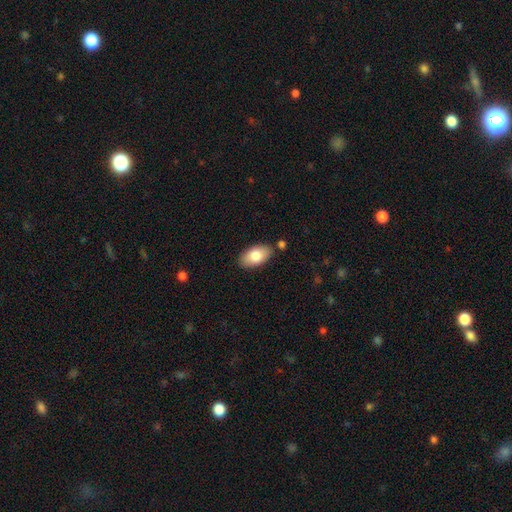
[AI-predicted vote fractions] A smooth galaxy with no disk features (81%) that is in between round and cigar-shaped (94%). Merging: none (82%).